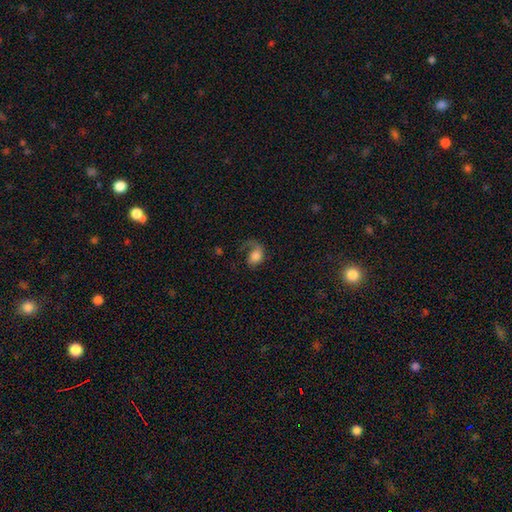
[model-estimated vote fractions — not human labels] featured or disk 45% (tied), smooth 45% (tied), star or artifact 10%. Down the decision tree: merging — major disturbance (44%).